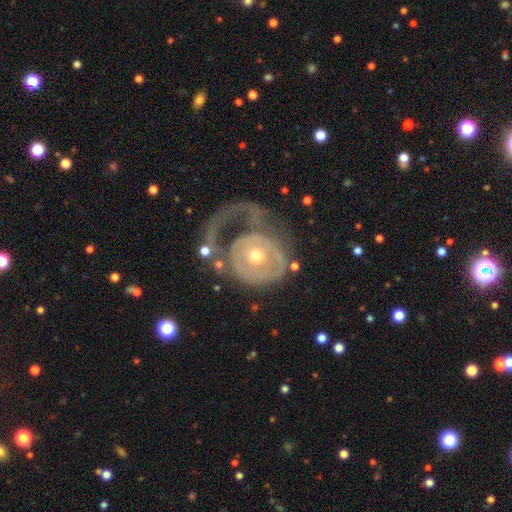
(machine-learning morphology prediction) smooth_or_featured: featured or disk (p=0.71) [alt: smooth p=0.23]
disk_edge_on: no (p=0.97) [alt: yes p=0.03]
bar: no (p=0.82) [alt: weak p=0.13]
has_spiral_arms: yes (p=0.53) [alt: no p=0.47]
bulge_size: moderate (p=0.57) [alt: small p=0.38]
merging: major disturbance (p=0.51) [alt: none p=0.27]